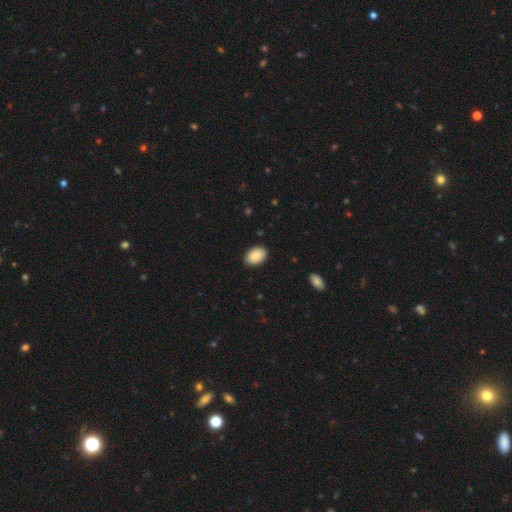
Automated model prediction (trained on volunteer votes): smooth-or-featured: smooth: 89% | star or artifact: 6% | featured or disk: 4%
  how-rounded: in between: 87% | round: 12% | cigar-shaped: 1%
  merging: none: 89% | minor disturbance: 9% | major disturbance: 2% | merger: 1%